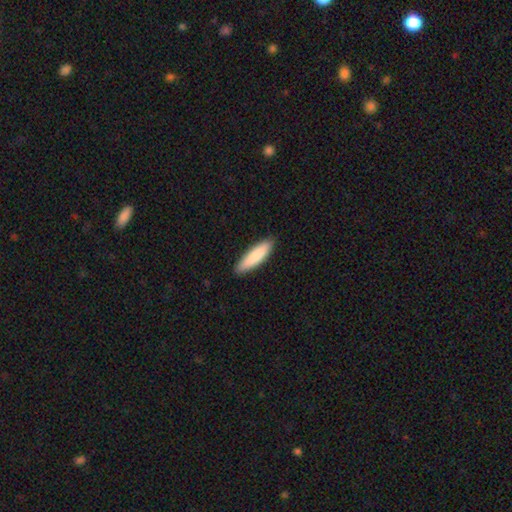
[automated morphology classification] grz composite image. It shows a smooth galaxy with no disk features (86%) that is cigar-shaped (70%). Merging: none (88%).